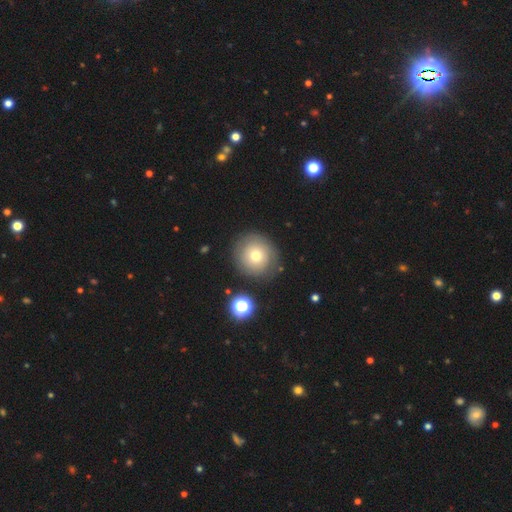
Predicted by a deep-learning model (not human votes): The model was most divided on "smooth or featured": smooth: 70%, featured or disk: 18%, star or artifact: 12%. More confident: how rounded — round (91%); merging — none (82%).